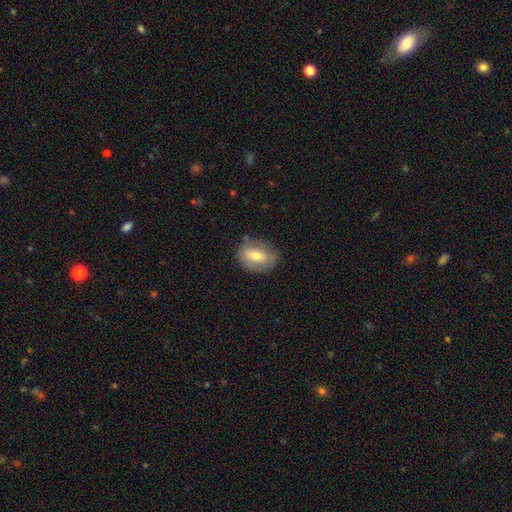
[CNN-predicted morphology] This is likely a smooth galaxy (65%). How rounded: likely in between (66%). Merging: likely none (78%).